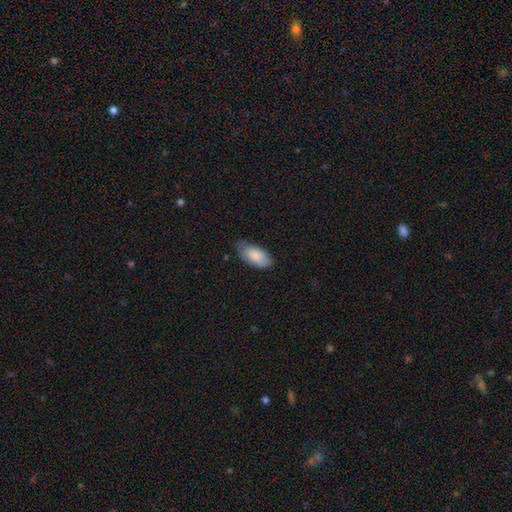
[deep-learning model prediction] smooth 85%, featured or disk 9%, star or artifact 6%. Down the decision tree: how rounded — in between (93%); merging — none (67%).